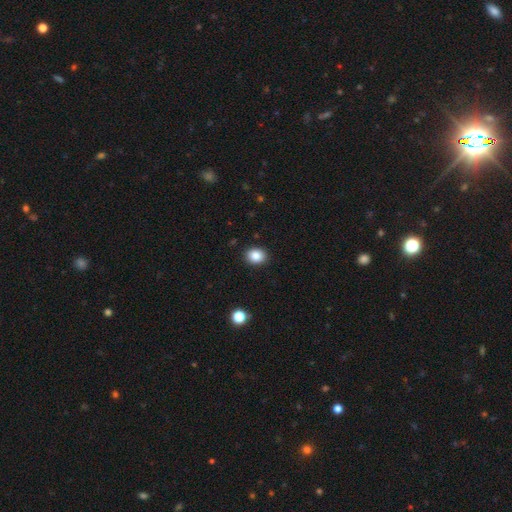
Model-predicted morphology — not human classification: A smooth galaxy with no disk features (86%) that is round (53%). Merging: none (90%).